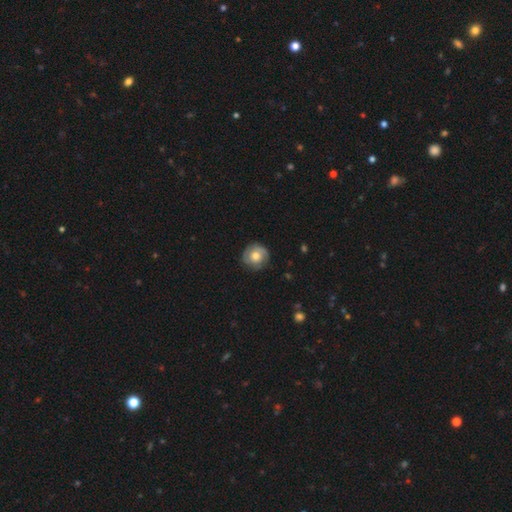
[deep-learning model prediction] Q: Smooth or featured?
A: featured or disk (49%); runner-up: smooth (44%)
Q: Merging?
A: none (80%); runner-up: minor disturbance (14%)